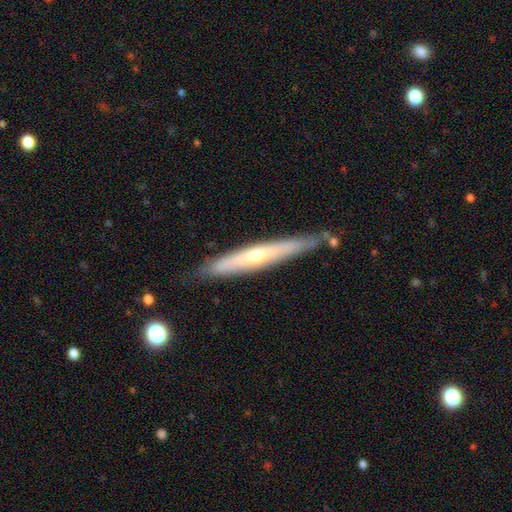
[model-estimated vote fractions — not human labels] featured or disk 59%, smooth 35%, star or artifact 6%. Down the decision tree: edge-on disk — yes (90%); edge-on bulge — rounded (71%); merging — none (80%).